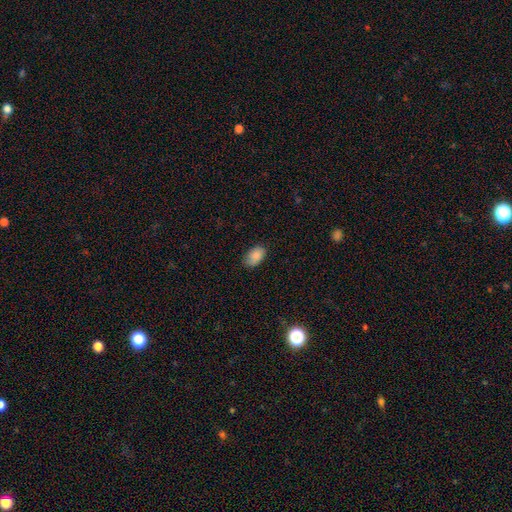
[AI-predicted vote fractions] smooth 86%, star or artifact 8%, featured or disk 6%. Down the decision tree: how rounded — in between (92%); merging — none (79%).